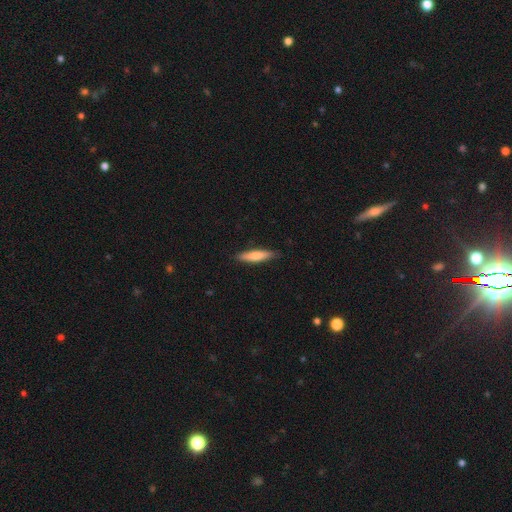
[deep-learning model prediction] Q: Smooth or featured?
A: smooth (71%); runner-up: featured or disk (23%)
Q: How rounded?
A: cigar-shaped (82%); runner-up: in between (17%)
Q: Merging?
A: none (88%); runner-up: minor disturbance (9%)